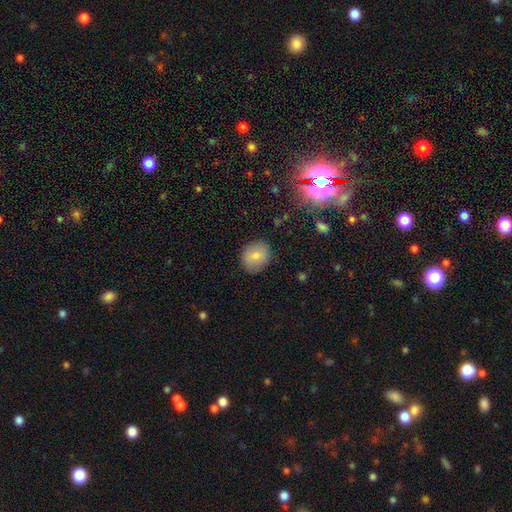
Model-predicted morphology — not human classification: Smooth or featured: smooth — 80% (featured or disk — 11%)
How rounded: round — 67% (in between — 32%)
Merging: none — 84% (minor disturbance — 12%)